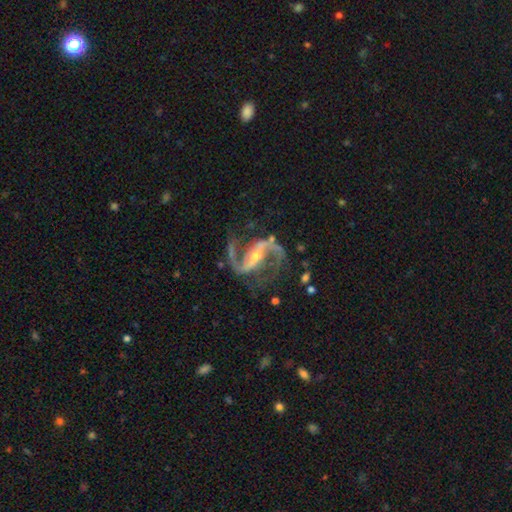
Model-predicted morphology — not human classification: smooth_or_featured: featured or disk (p=0.93) [alt: star or artifact p=0.05]
disk_edge_on: no (p=0.97) [alt: yes p=0.03]
bar: strong (p=0.55) [alt: weak p=0.30]
has_spiral_arms: yes (p=0.98) [alt: no p=0.02]
spiral_winding: medium (p=0.52) [alt: loose p=0.39]
spiral_arm_count: 2 (p=0.94) [alt: 3 p=0.01]
bulge_size: small (p=0.61) [alt: moderate p=0.33]
merging: none (p=0.74) [alt: minor disturbance p=0.14]